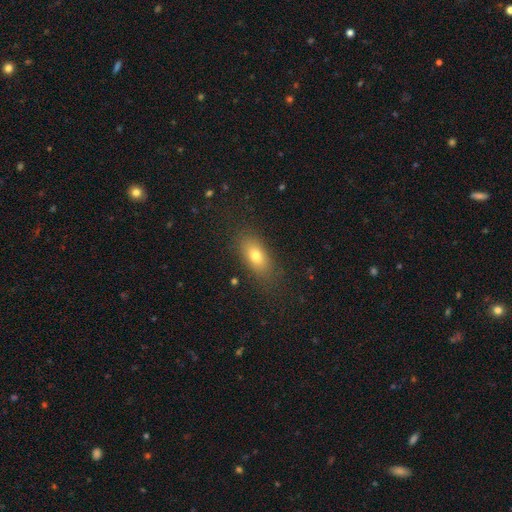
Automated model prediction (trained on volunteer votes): smooth-or-featured: smooth: 75% | featured or disk: 15% | star or artifact: 10%
  how-rounded: in between: 83% | cigar-shaped: 10% | round: 7%
  merging: none: 81% | minor disturbance: 13% | major disturbance: 5% | merger: 1%